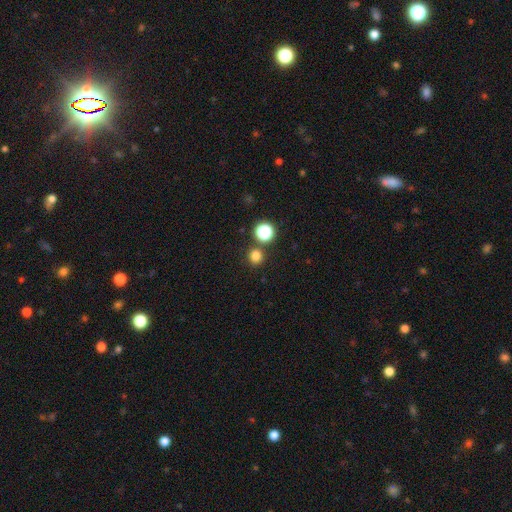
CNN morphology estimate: A smooth galaxy with no disk features (78%) that is round (94%). Merging: none (85%).